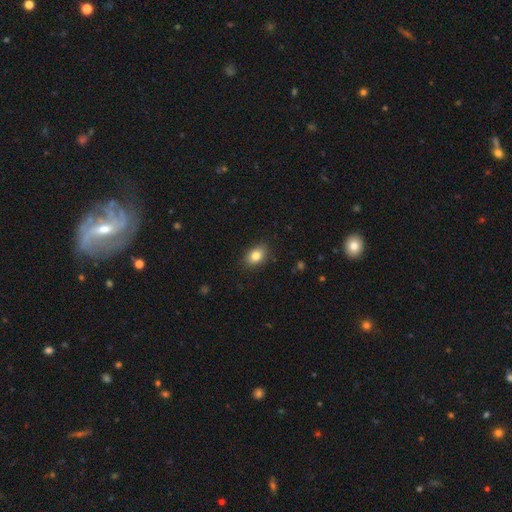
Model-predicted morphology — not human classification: A smooth galaxy with no disk features (82%) that is in between round and cigar-shaped (79%). Merging: none (87%).